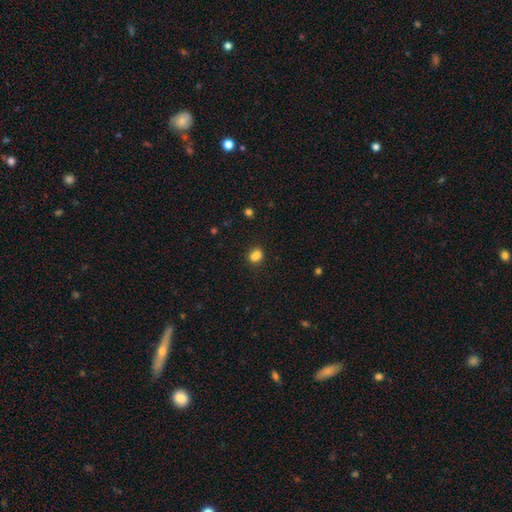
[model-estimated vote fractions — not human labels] Smooth or featured? smooth (80%)
How rounded? in between (50%)
Merging? none (57%)